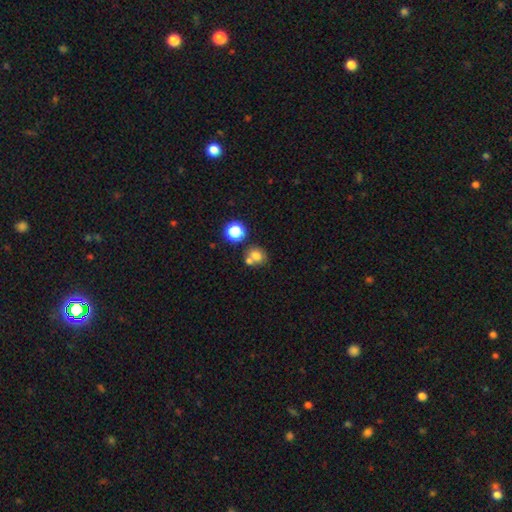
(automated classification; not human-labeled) smooth_or_featured: smooth (p=0.74) [alt: star or artifact p=0.14]
how_rounded: round (p=0.70) [alt: in between p=0.29]
merging: none (p=0.50) [alt: merger p=0.35]